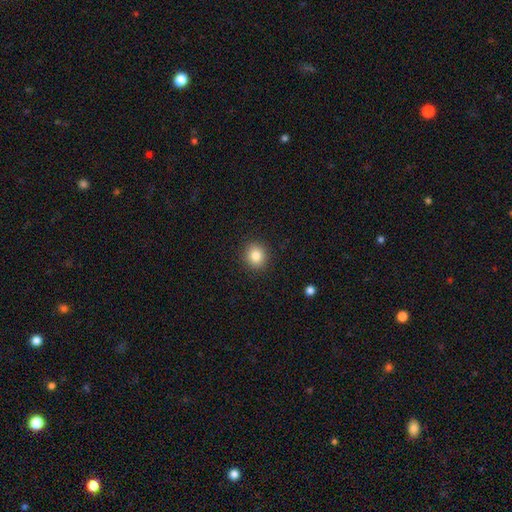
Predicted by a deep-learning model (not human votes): A smooth galaxy with no disk features (84%) that is round (86%).

Vote fractions:
- Smooth or featured? smooth: 84% / star or artifact: 10% / featured or disk: 6%
- How rounded? round: 86% / in between: 13% / cigar-shaped: 1%
- Merging? none: 91% / minor disturbance: 6% / major disturbance: 2% / merger: 1%